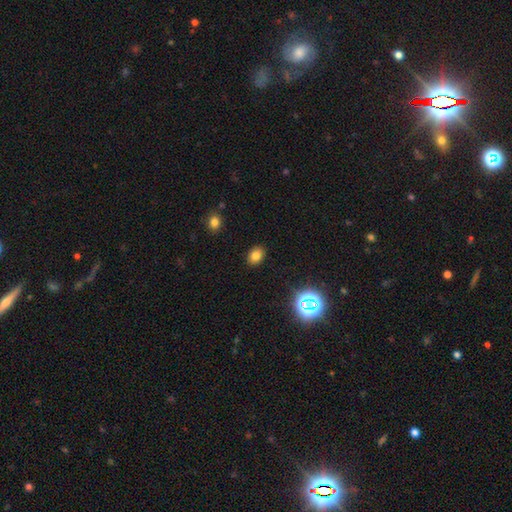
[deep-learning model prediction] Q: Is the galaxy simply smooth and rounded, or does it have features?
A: smooth — 78%.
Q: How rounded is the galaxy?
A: in between — 69%.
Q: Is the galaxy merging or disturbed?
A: none — 88%.